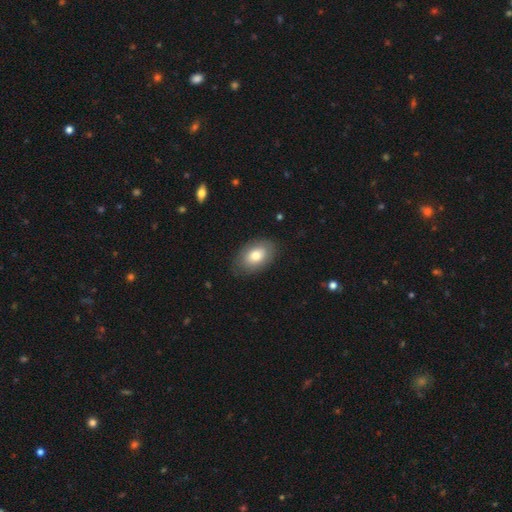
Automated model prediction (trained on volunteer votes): The model was most divided on "smooth or featured": smooth: 76%, featured or disk: 17%, star or artifact: 7%. More confident: how rounded — in between (88%); merging — none (83%).